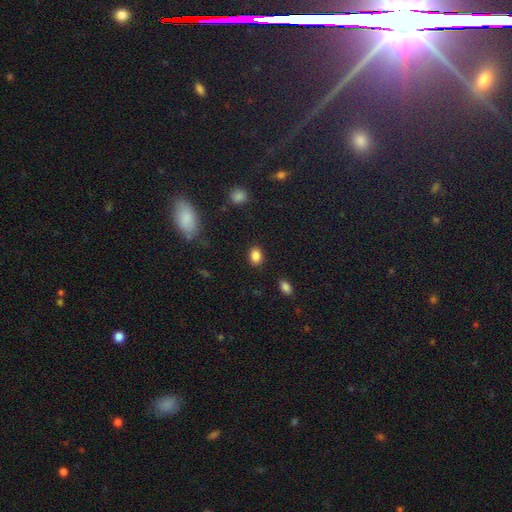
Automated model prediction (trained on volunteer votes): The model was most divided on "how rounded": in between: 68%, round: 31%, cigar-shaped: 1%. More confident: merging — none (86%); smooth or featured — smooth (86%).